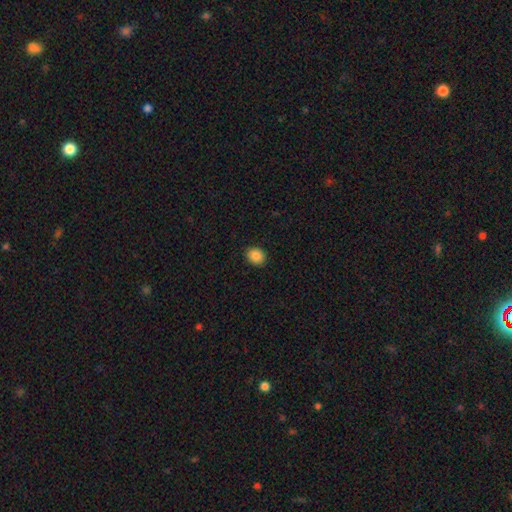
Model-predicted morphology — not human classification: Smooth or featured?
  - smooth: 88% *
  - star or artifact: 9%
  - featured or disk: 3%
How rounded?
  - round: 62% *
  - in between: 37%
  - cigar-shaped: 1%
Merging?
  - none: 91% *
  - minor disturbance: 6%
  - major disturbance: 2%
  - merger: 1%